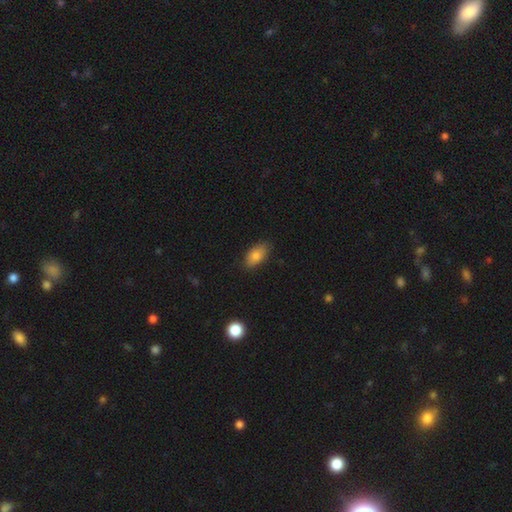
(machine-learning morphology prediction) smooth-or-featured: smooth: 83% | featured or disk: 9% | star or artifact: 8%
  how-rounded: in between: 91% | round: 4% | cigar-shaped: 4%
  merging: none: 81% | minor disturbance: 15% | major disturbance: 3% | merger: 1%